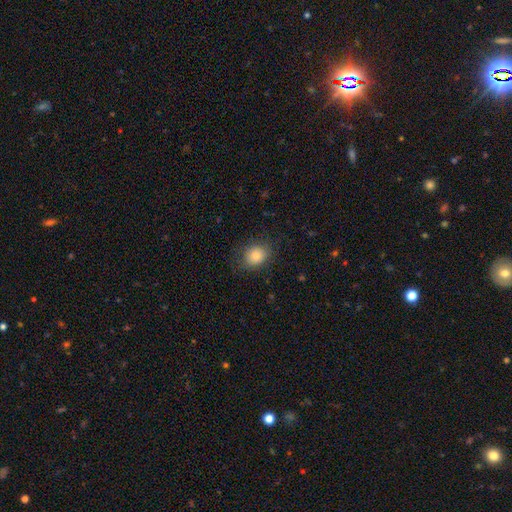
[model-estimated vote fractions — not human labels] smooth-or-featured: smooth: 83% | star or artifact: 10% | featured or disk: 8%
  how-rounded: round: 52% | in between: 47% | cigar-shaped: 1%
  merging: none: 81% | minor disturbance: 13% | major disturbance: 5% | merger: 1%